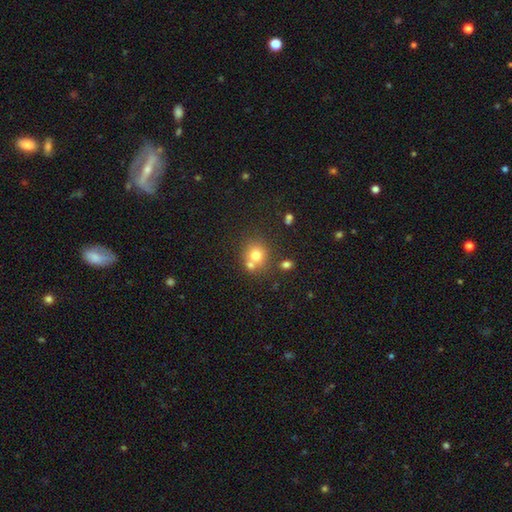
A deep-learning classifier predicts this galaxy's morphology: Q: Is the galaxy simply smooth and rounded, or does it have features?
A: smooth — 73%.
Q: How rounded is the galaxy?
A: round — 81%.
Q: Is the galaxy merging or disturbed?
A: none — 55%.